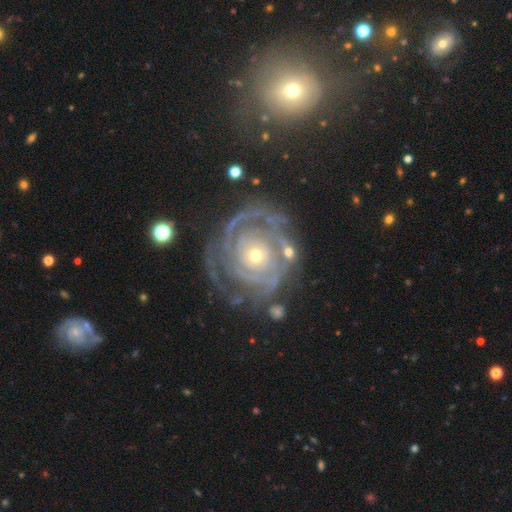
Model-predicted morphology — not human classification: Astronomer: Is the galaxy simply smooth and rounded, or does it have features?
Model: featured or disk — 89%.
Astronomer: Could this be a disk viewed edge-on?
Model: no — 97%.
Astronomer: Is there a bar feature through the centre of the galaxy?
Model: no — 83%.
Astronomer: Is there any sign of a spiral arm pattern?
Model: yes — 95%.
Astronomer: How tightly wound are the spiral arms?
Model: tight — 80%.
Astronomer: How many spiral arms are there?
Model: can't tell — 27% (runner-up: 3, 22%).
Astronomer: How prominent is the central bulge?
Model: small — 53% (runner-up: moderate, 43%).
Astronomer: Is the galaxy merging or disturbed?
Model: none — 65%.